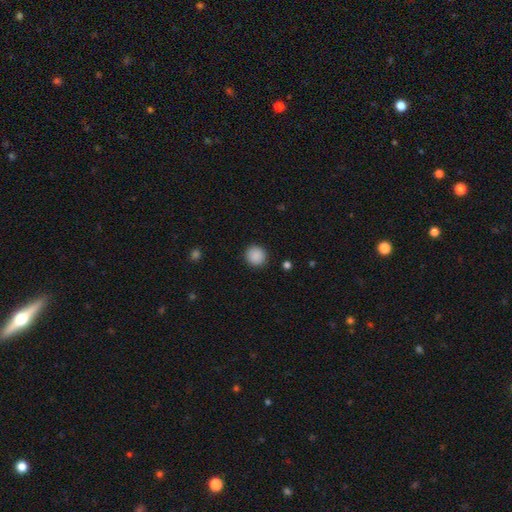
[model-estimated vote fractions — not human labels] This is clearly a smooth galaxy (89%). How rounded: clearly round (93%). Merging: clearly none (92%).